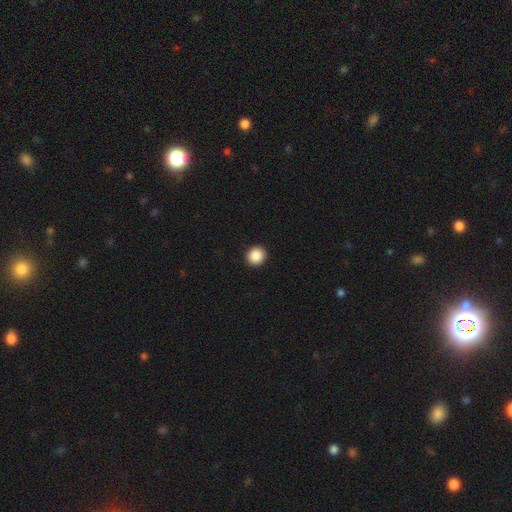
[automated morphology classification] The model was most divided on "smooth or featured": smooth: 88%, star or artifact: 9%, featured or disk: 3%. More confident: merging — none (93%); how rounded — round (92%).